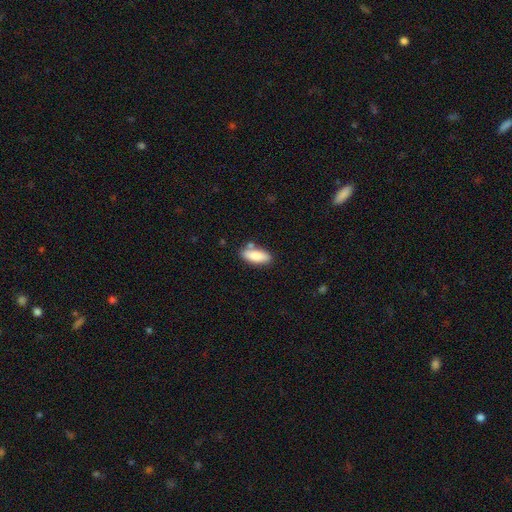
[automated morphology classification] The model was most divided on "how rounded": in between: 77%, cigar-shaped: 21%, round: 2%. More confident: smooth or featured — smooth (86%); merging — none (73%).